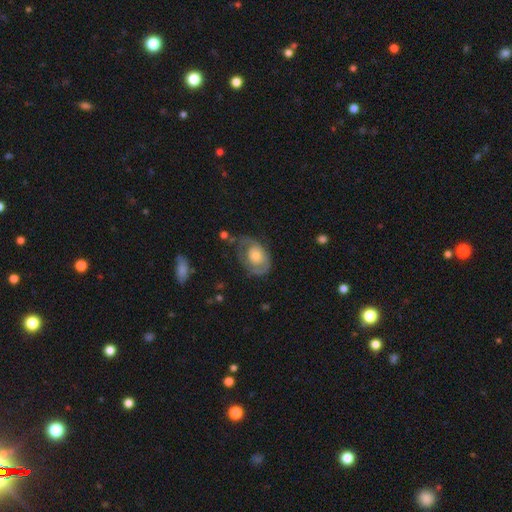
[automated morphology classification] Smooth or featured? featured or disk (60%)
Edge-on disk? no (96%)
Bar? no (82%)
Spiral arms? yes (69%)
Bulge size? moderate (49%)
Merging? none (42%)